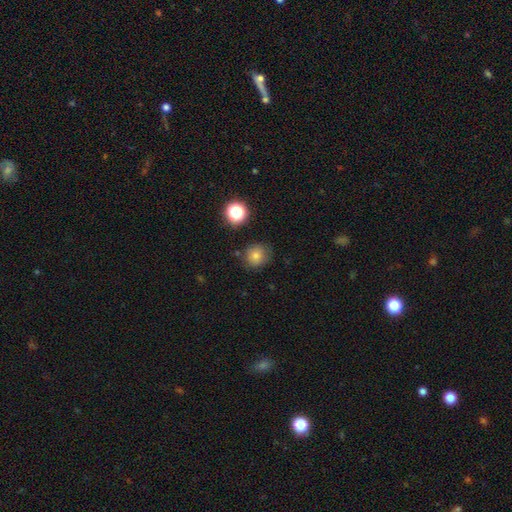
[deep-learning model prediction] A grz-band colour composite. It shows a smooth galaxy with no disk features (77%) that is round (86%). Merging: none (77%).